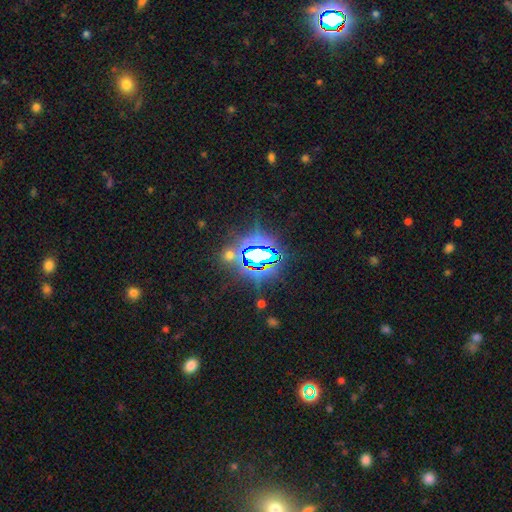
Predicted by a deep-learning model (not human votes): A star or artifact, not a galaxy (80%).

Vote fractions:
- Smooth or featured? star or artifact: 80% / smooth: 10% / featured or disk: 9%